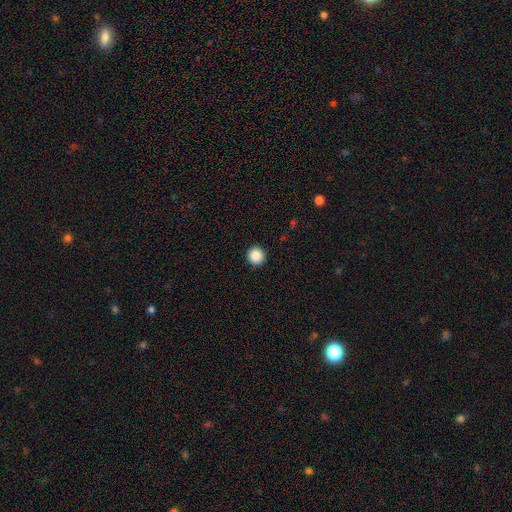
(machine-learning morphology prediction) Overall: smooth (88%). How rounded: round (96%). Merging: none (93%).